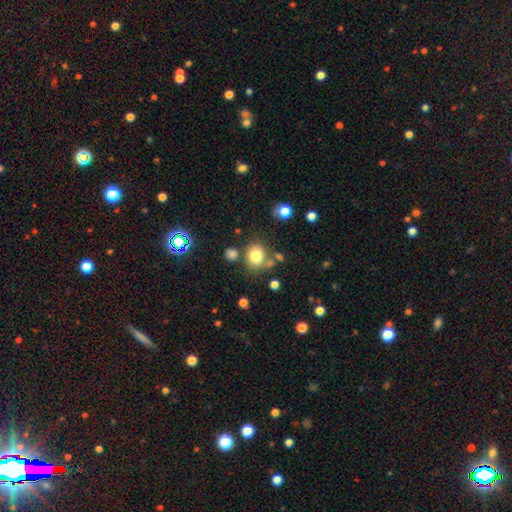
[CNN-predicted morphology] smooth 78%, star or artifact 13%, featured or disk 9%. Down the decision tree: how rounded — round (72%); merging — none (66%).